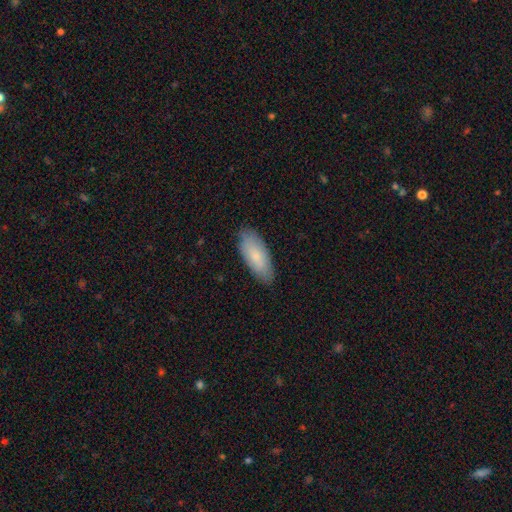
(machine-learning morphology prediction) This is clearly a smooth galaxy (81%). How rounded: clearly in between (80%). Merging: clearly none (85%).